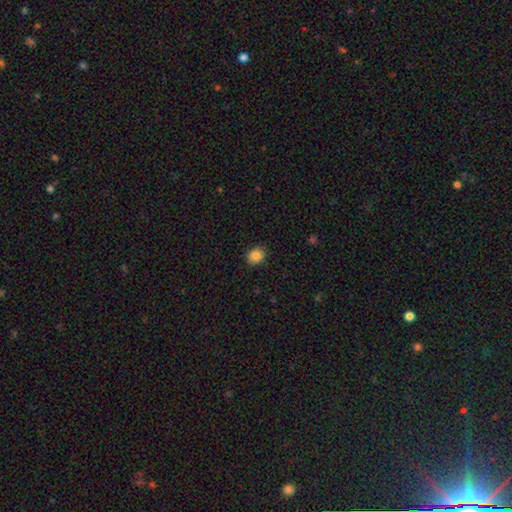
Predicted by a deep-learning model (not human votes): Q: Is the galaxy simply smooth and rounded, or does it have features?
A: smooth — 85%.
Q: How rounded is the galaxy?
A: round — 67%.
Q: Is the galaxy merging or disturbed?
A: none — 89%.